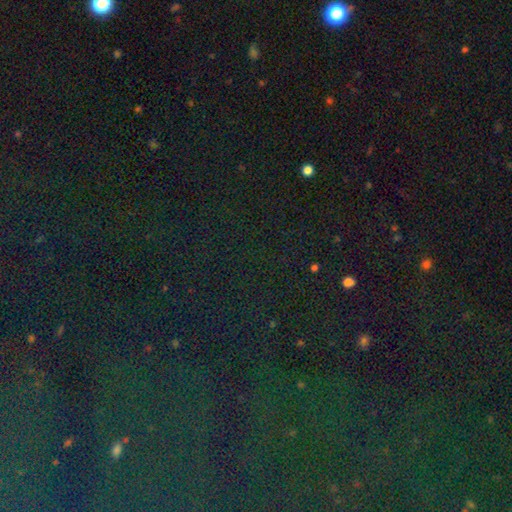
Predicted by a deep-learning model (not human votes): This appears to be a star or artifact, not a galaxy (82%).